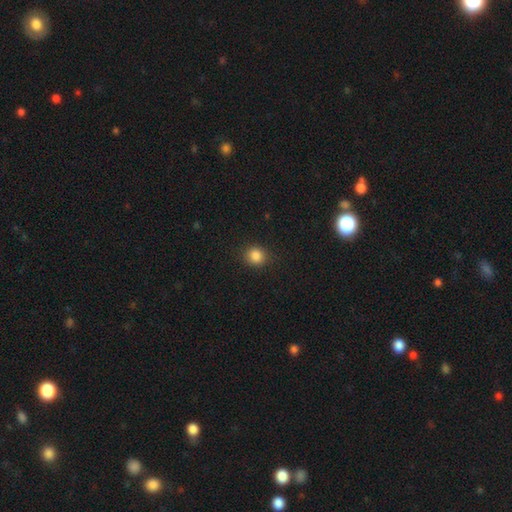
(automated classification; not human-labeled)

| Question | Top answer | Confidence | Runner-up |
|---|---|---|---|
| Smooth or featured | smooth | 85% | star or artifact (11%) |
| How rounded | round | 81% | in between (18%) |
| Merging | none | 88% | minor disturbance (9%) |